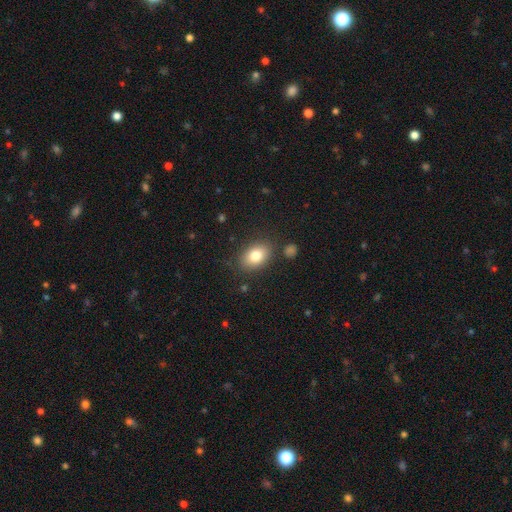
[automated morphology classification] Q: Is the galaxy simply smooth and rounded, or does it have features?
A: smooth — 80%.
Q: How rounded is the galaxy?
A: in between — 81%.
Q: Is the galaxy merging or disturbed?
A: none — 82%.